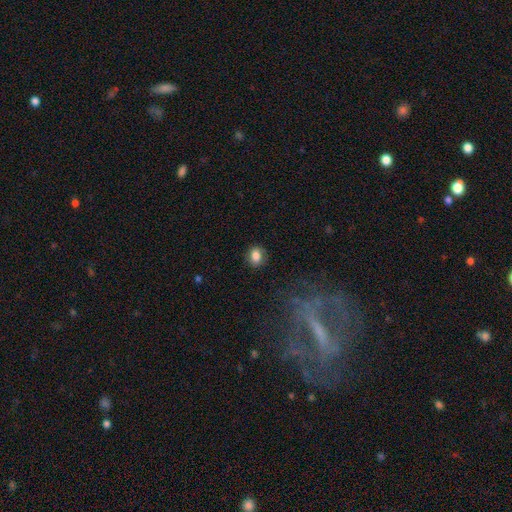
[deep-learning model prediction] This is clearly a smooth galaxy (83%). How rounded: possibly round (52%). Merging: clearly none (85%).